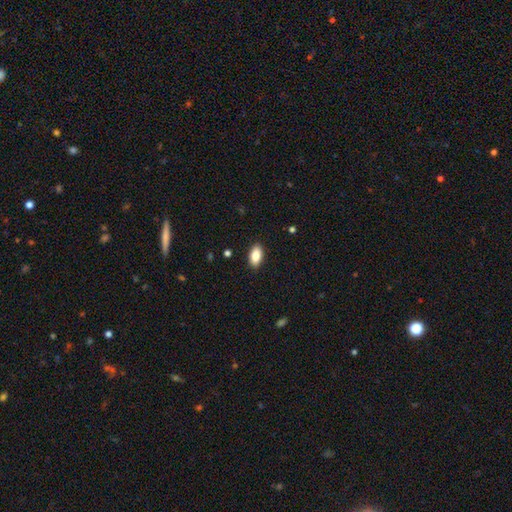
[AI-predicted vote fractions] Smooth or featured: smooth — 86% (star or artifact — 7%)
How rounded: in between — 93% (cigar-shaped — 3%)
Merging: none — 89% (minor disturbance — 8%)